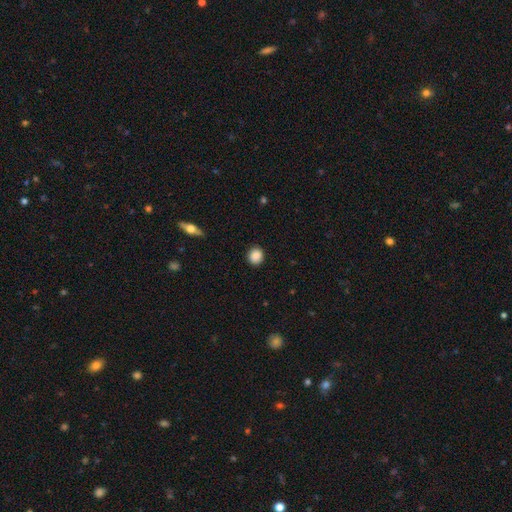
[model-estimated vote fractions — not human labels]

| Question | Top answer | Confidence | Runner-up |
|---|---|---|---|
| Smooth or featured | smooth | 88% | star or artifact (8%) |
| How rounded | round | 84% | in between (15%) |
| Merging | none | 89% | minor disturbance (8%) |